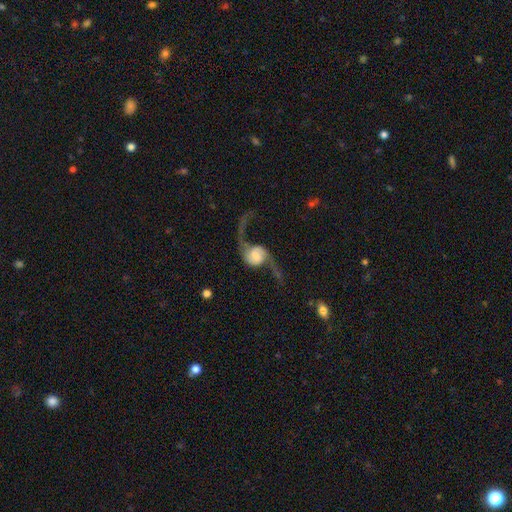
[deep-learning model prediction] Smooth or featured?
  - featured or disk: 86% *
  - smooth: 9%
  - star or artifact: 5%
Edge-on disk?
  - no: 97% *
  - yes: 3%
Bar?
  - no: 49% *
  - weak: 38%
  - strong: 13%
Spiral arms?
  - yes: 96% *
  - no: 4%
Spiral winding?
  - loose: 91% *
  - medium: 7%
  - tight: 2%
Spiral arm count?
  - 2: 93% *
  - 1: 3%
  - can't tell: 1%
  - 3: 1%
  - 4: 1%
  - more than 4: 1%
Bulge size?
  - moderate: 25% * (tied)
  - small: 25% * (tied)
  - large: 24%
  - none: 13%
  - dominant: 12%
Merging?
  - none: 57% *
  - major disturbance: 24%
  - minor disturbance: 14%
  - merger: 5%